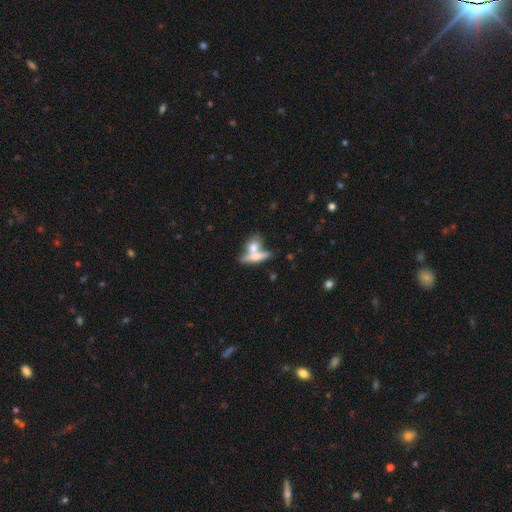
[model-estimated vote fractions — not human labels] Q: Smooth or featured?
A: smooth (59%); runner-up: featured or disk (34%)
Q: How rounded?
A: cigar-shaped (47%); runner-up: in between (42%)
Q: Merging?
A: merger (51%); runner-up: none (36%)